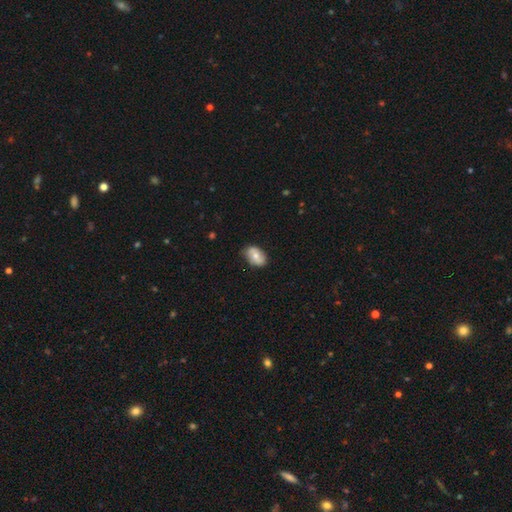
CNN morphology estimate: Smooth or featured: smooth — 59% (featured or disk — 34%)
How rounded: in between — 85% (round — 14%)
Merging: none — 76% (minor disturbance — 20%)